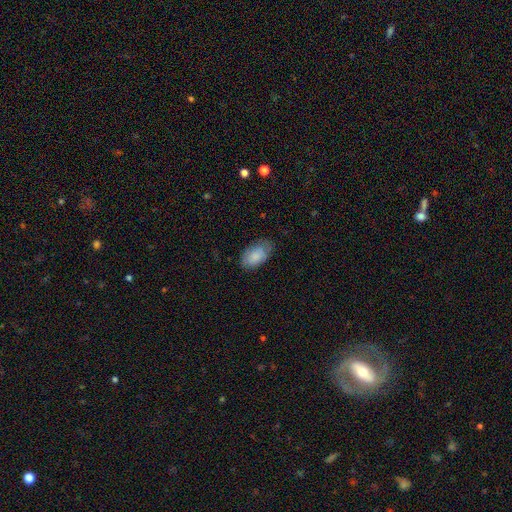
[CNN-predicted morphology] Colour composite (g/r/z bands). It shows a smooth galaxy with no disk features (81%) that is in between round and cigar-shaped (94%). Merging: none (67%).